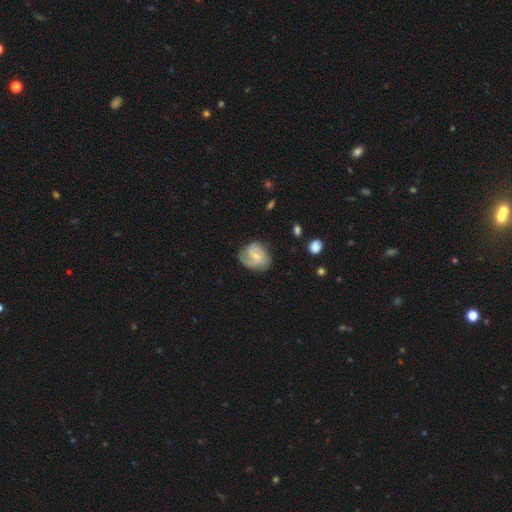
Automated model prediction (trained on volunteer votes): Overall: featured or disk (68%). Edge-on disk: no (98%). Bar: weak (54%; no 33%). Spiral arms: yes (91%). Spiral arm count: 2 (68%). Spiral winding: medium (46%; tight 30%). Bulge size: small (60%; moderate 29%). Merging: none (67%).